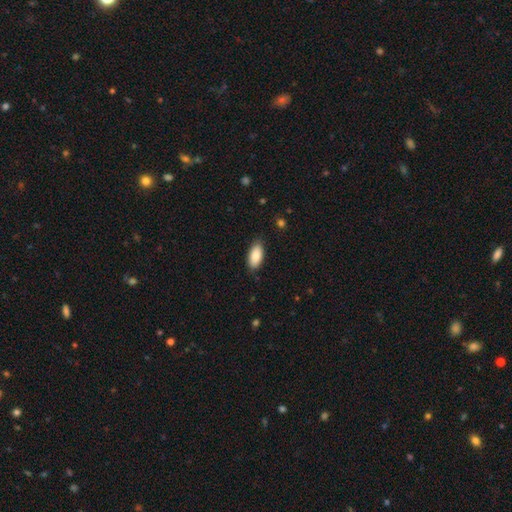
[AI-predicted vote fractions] Smooth or featured?
  - smooth: 87% *
  - featured or disk: 7%
  - star or artifact: 6%
How rounded?
  - in between: 91% *
  - cigar-shaped: 7%
  - round: 2%
Merging?
  - none: 85% *
  - minor disturbance: 12%
  - major disturbance: 2%
  - merger: 1%